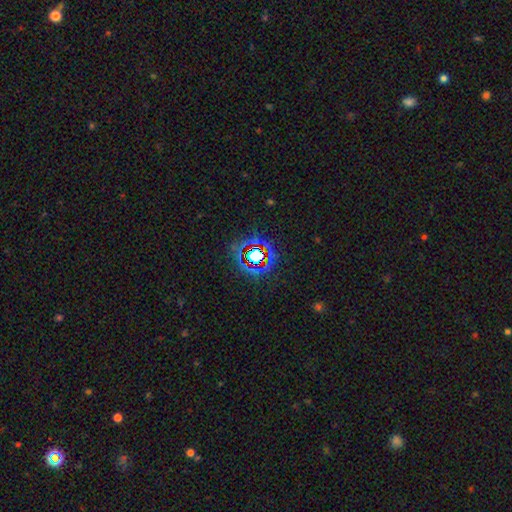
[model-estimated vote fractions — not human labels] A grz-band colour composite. It shows a star or artifact, not a galaxy (72%).